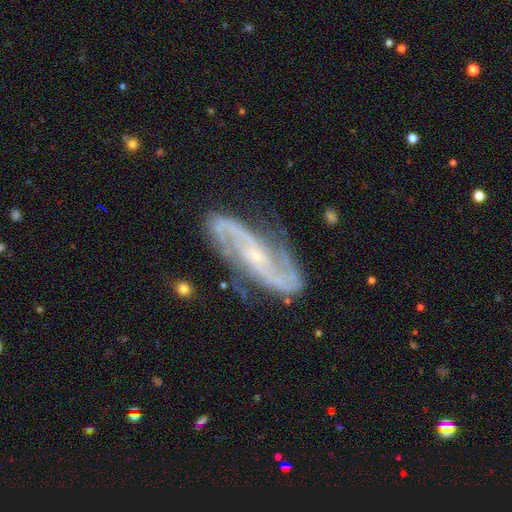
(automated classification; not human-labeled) Smooth or featured?
  - featured or disk: 90% *
  - star or artifact: 6%
  - smooth: 5%
Edge-on disk?
  - no: 94% *
  - yes: 6%
Bar?
  - no: 44% *
  - weak: 33%
  - strong: 23%
Spiral arms?
  - yes: 98% *
  - no: 2%
Spiral winding?
  - medium: 47% *
  - loose: 32%
  - tight: 21%
Spiral arm count?
  - 2: 91% *
  - can't tell: 3%
  - 3: 2%
  - 1: 1%
  - 4: 1%
  - more than 4: 1%
Bulge size?
  - small: 75% *
  - moderate: 18%
  - none: 4%
  - large: 1%
  - dominant: 1%
Merging?
  - none: 79% *
  - minor disturbance: 14%
  - major disturbance: 5%
  - merger: 2%